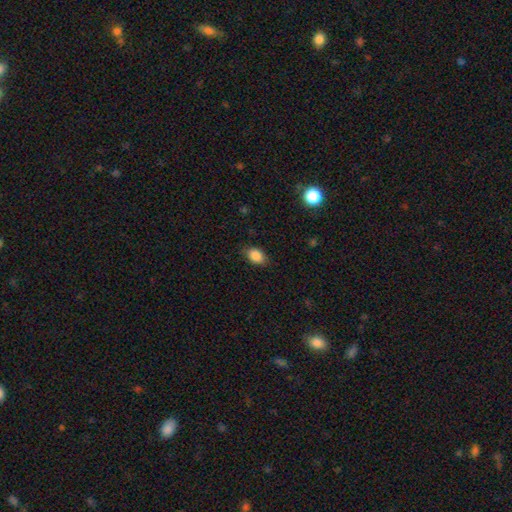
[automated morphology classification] Smooth or featured? Predicted: smooth (p=0.87). How rounded? Predicted: in between (p=0.83). Merging? Predicted: none (p=0.80).